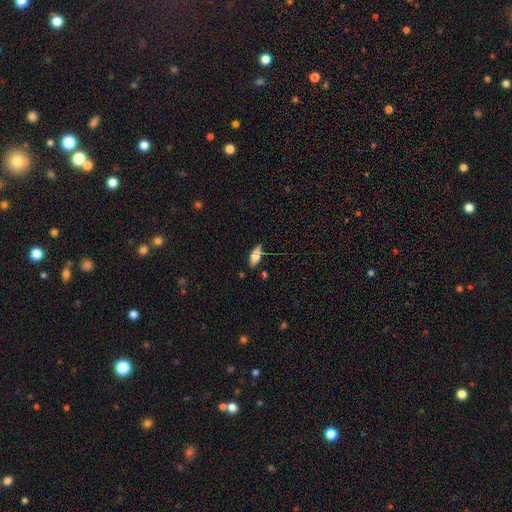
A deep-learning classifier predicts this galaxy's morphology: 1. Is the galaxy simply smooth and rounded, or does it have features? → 77% smooth, 17% featured or disk, 6% star or artifact.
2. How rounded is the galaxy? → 75% in between, 23% cigar-shaped, 2% round.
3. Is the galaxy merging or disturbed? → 84% none, 12% minor disturbance, 2% major disturbance, 2% merger.